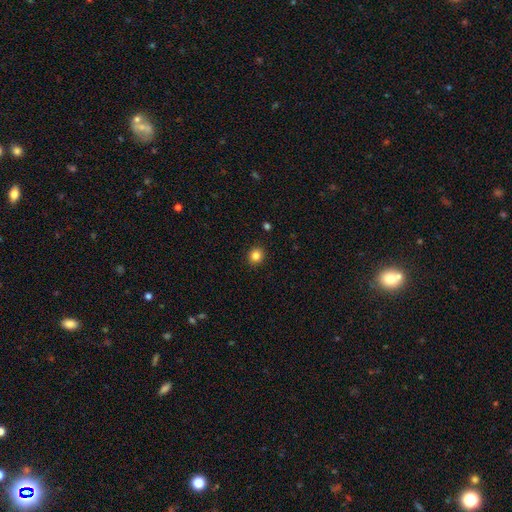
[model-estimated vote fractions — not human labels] Morphology: type=smooth (84%); roundness=round (87%); merging=none (92%).